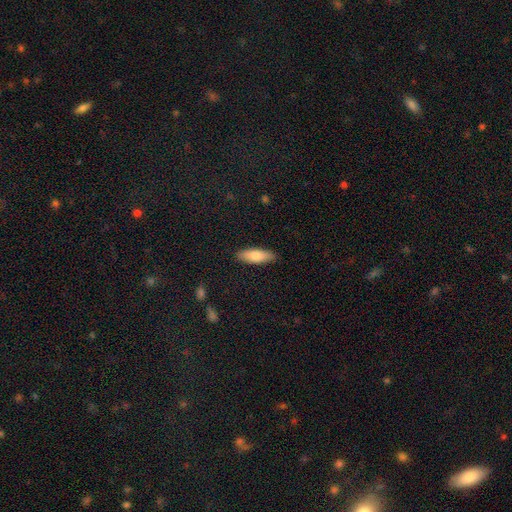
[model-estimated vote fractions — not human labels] smooth 79%, featured or disk 16%, star or artifact 6%. Down the decision tree: how rounded — in between (56%); merging — none (89%).